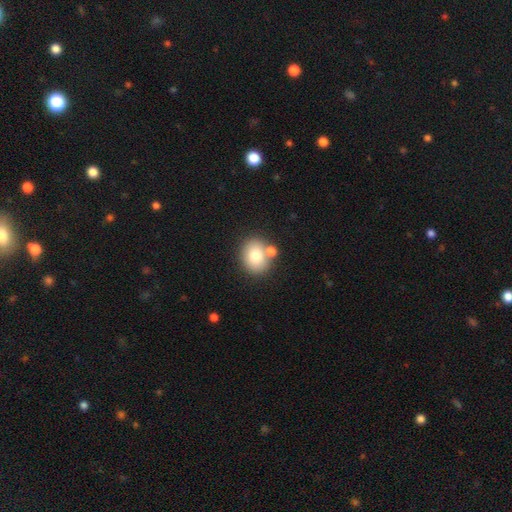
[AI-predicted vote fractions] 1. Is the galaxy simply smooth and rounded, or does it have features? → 77% smooth, 14% featured or disk, 10% star or artifact.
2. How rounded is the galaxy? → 62% round, 37% in between, 1% cigar-shaped.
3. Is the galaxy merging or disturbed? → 65% none, 21% merger, 11% minor disturbance, 3% major disturbance.